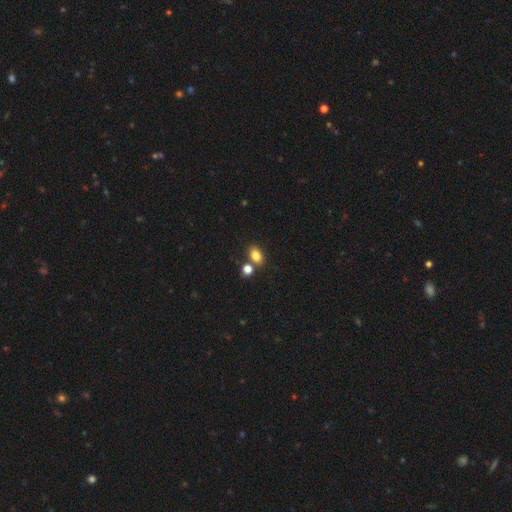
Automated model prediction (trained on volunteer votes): smooth-or-featured: smooth: 82% | star or artifact: 11% | featured or disk: 7%
  how-rounded: in between: 77% | round: 22% | cigar-shaped: 1%
  merging: none: 65% | merger: 22% | minor disturbance: 10% | major disturbance: 3%